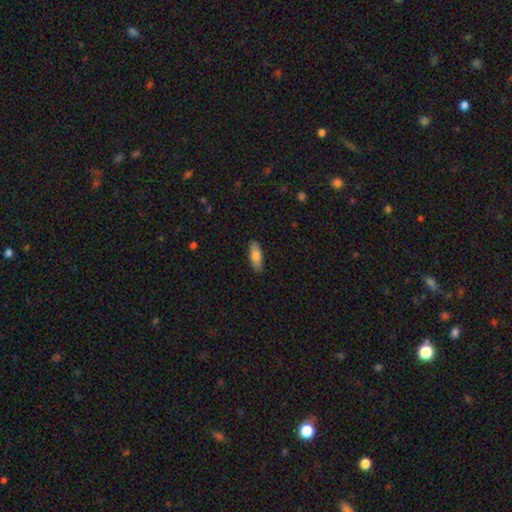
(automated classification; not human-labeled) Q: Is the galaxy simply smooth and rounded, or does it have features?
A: smooth — 79%.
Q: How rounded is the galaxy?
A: in between — 68%.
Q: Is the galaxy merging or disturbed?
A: none — 88%.